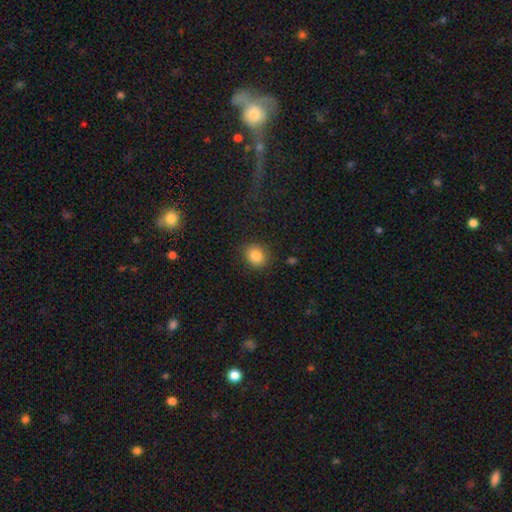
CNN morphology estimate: smooth_or_featured: smooth (p=0.85) [alt: star or artifact p=0.10]
how_rounded: round (p=0.70) [alt: in between p=0.30]
merging: none (p=0.85) [alt: minor disturbance p=0.11]